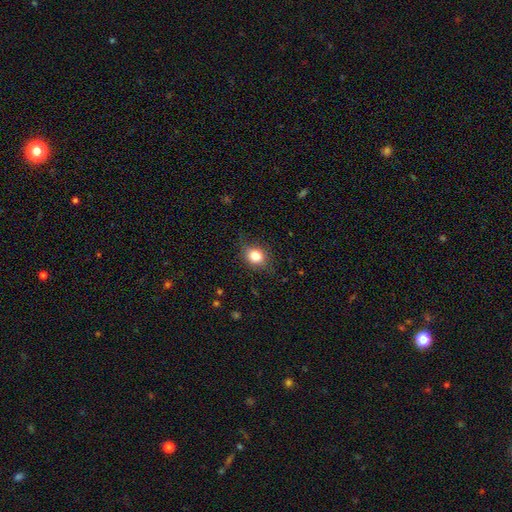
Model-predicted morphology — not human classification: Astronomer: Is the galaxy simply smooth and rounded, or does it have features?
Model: smooth — 82%.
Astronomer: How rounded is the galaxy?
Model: round — 58% (runner-up: in between, 41%).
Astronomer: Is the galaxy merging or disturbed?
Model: none — 78%.